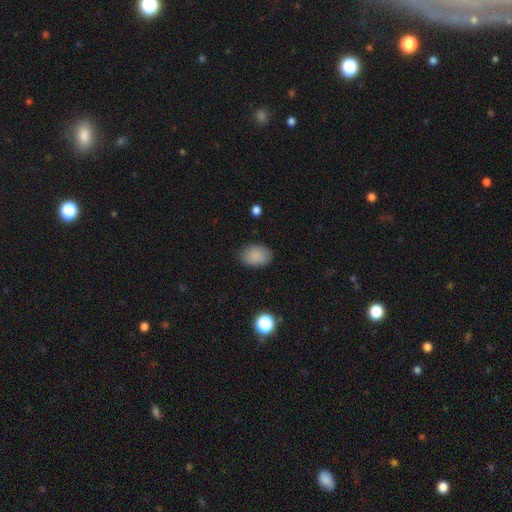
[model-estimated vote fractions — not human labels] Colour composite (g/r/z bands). It shows a smooth galaxy with no disk features (86%) that is in between round and cigar-shaped (80%). Merging: none (82%).